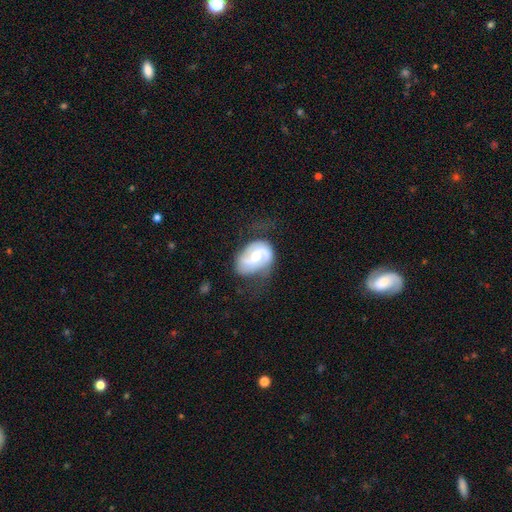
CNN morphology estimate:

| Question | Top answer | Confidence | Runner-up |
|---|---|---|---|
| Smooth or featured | featured or disk | 78% | smooth (17%) |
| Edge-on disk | no | 97% | yes (3%) |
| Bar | weak | 44% | no (39%) |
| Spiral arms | yes | 90% | no (10%) |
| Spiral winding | medium | 45% | loose (30%) |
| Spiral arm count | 2 | 80% | can't tell (9%) |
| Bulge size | moderate | 69% | small (22%) |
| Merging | none | 53% | minor disturbance (27%) |